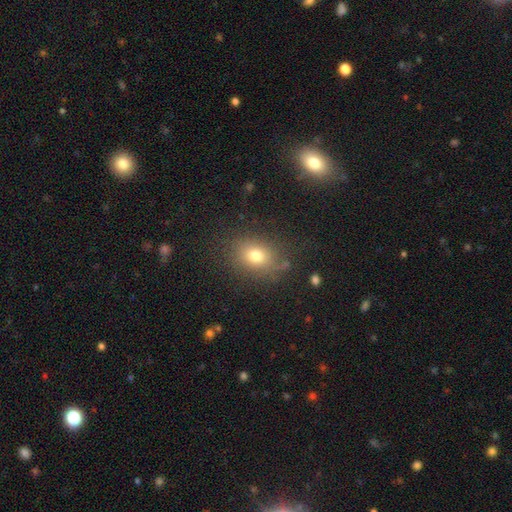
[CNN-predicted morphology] Overall: smooth (75%). How rounded: in between (53%; round 46%). Merging: none (79%).